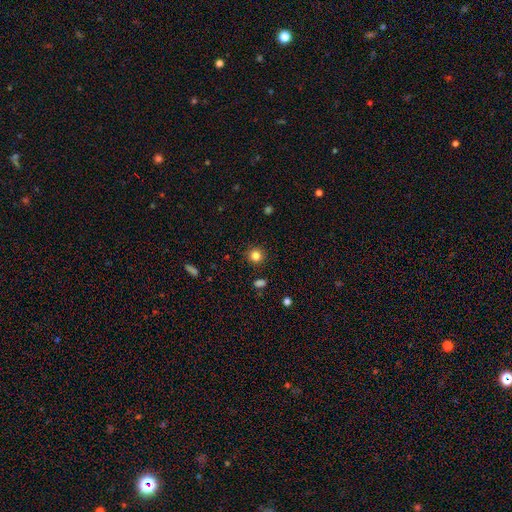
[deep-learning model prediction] smooth_or_featured: smooth (p=0.82) [alt: star or artifact p=0.12]
how_rounded: round (p=0.93) [alt: in between p=0.07]
merging: none (p=0.90) [alt: minor disturbance p=0.06]